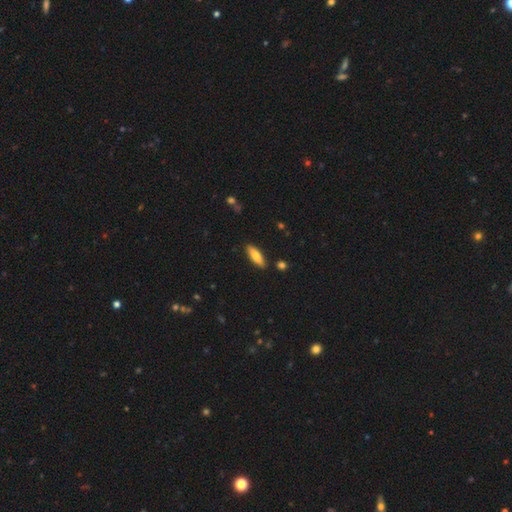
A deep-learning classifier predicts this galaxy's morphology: smooth_or_featured: smooth (p=0.74) [alt: featured or disk p=0.20]
how_rounded: in between (p=0.58) [alt: cigar-shaped p=0.40]
merging: none (p=0.87) [alt: minor disturbance p=0.09]